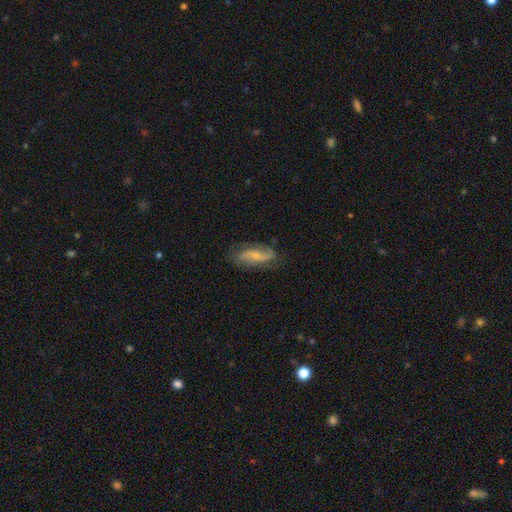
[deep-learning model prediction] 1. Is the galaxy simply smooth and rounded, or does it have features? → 74% featured or disk, 19% smooth, 7% star or artifact.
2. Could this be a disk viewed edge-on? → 92% no, 8% yes.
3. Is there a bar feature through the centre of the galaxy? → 49% no, 37% weak, 14% strong.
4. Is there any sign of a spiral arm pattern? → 94% yes, 6% no.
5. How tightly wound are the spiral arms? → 48% loose, 36% medium, 16% tight.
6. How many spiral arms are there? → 85% 2, 7% can't tell, 4% 1, 2% 3, 1% 4, 1% more than 4.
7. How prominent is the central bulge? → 62% small, 29% moderate, 6% none, 2% large, 1% dominant.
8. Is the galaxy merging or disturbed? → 73% none, 19% minor disturbance, 6% major disturbance, 2% merger.